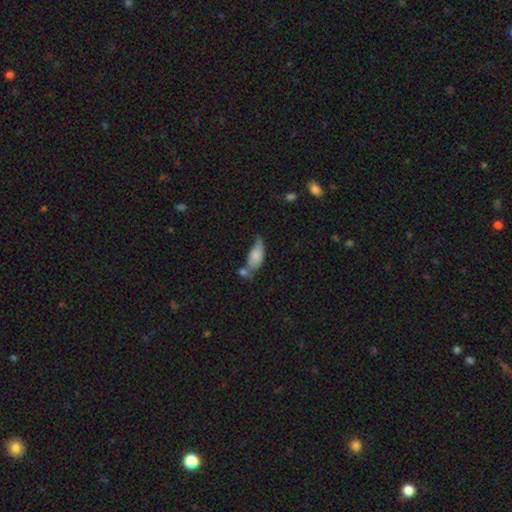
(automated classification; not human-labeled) A smooth galaxy with no disk features (78%) that is in between round and cigar-shaped (84%).

Vote fractions:
- Smooth or featured? smooth: 78% / featured or disk: 15% / star or artifact: 7%
- How rounded? in between: 84% / cigar-shaped: 13% / round: 3%
- Merging? merger: 33% / none: 29% / minor disturbance: 26% / major disturbance: 11%